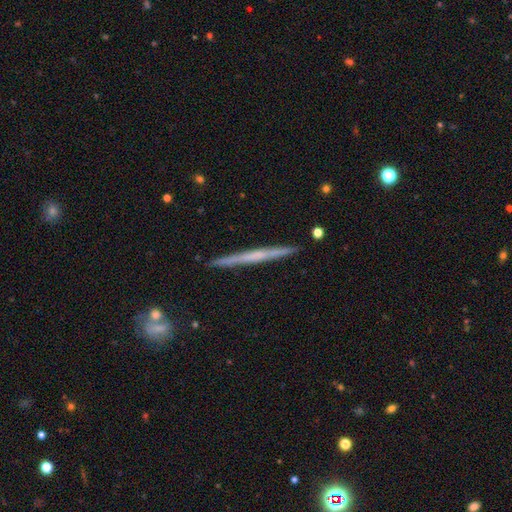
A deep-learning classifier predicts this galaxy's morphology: Smooth or featured? Predicted: featured or disk (p=0.62). Edge-on disk? Predicted: yes (p=0.98). Edge-on bulge? Predicted: none (p=0.74). Merging? Predicted: none (p=0.92).